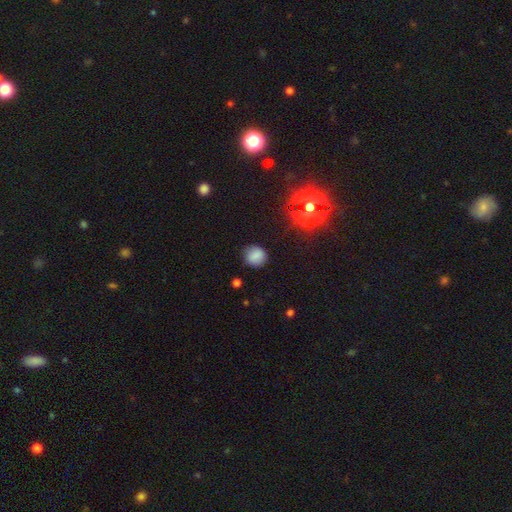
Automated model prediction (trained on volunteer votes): Smooth or featured: smooth — 79% (star or artifact — 14%)
How rounded: round — 83% (in between — 16%)
Merging: none — 84% (minor disturbance — 11%)